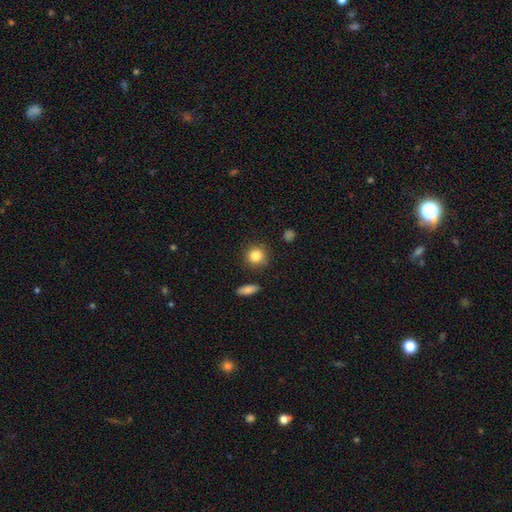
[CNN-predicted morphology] This appears to be a smooth galaxy with no disk features (86%) that is round (88%). Merging: none (85%).